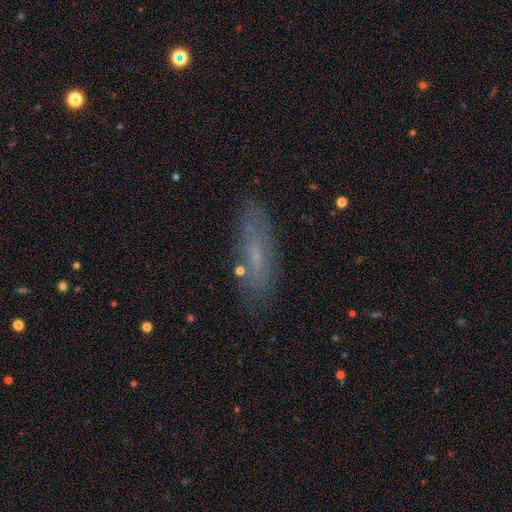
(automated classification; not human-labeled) Overall: smooth (47%; featured or disk 40%). Merging: none (78%).